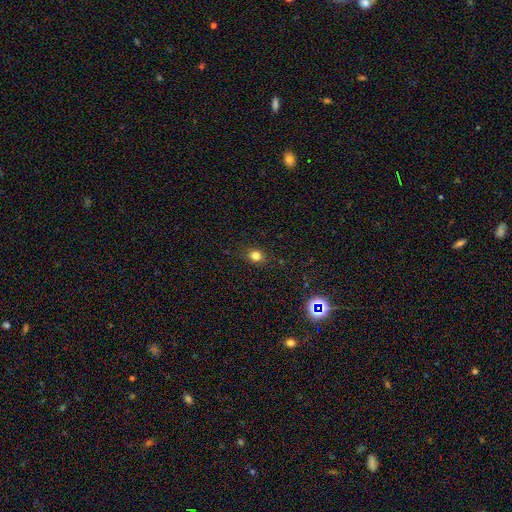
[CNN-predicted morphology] A smooth galaxy with no disk features (79%) that is round (66%). Merging: none (87%).